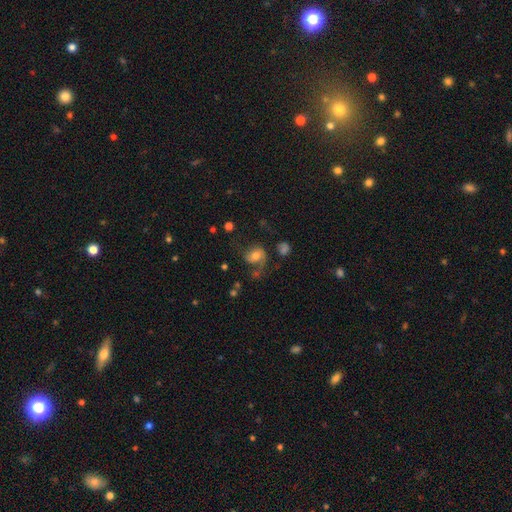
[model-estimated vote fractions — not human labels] smooth_or_featured: featured or disk (p=0.51) [alt: smooth p=0.39]
disk_edge_on: no (p=0.97) [alt: yes p=0.03]
merging: none (p=0.39) [alt: major disturbance p=0.35]